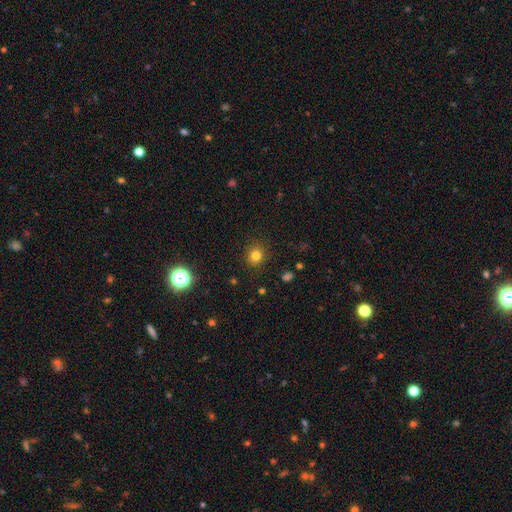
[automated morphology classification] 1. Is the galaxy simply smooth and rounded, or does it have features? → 79% smooth, 15% star or artifact, 6% featured or disk.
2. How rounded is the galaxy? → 85% round, 14% in between, 1% cigar-shaped.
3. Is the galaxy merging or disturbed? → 89% none, 7% minor disturbance, 3% major disturbance, 1% merger.